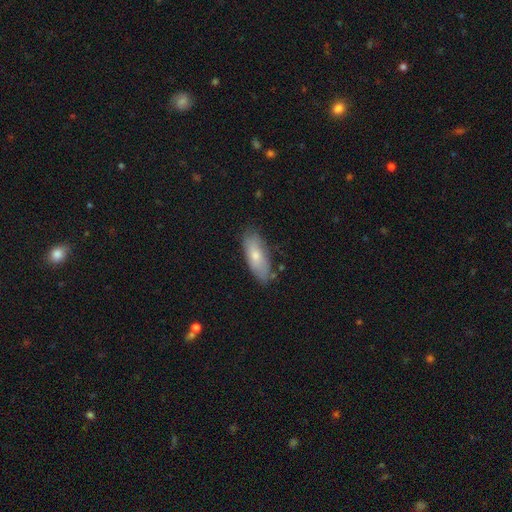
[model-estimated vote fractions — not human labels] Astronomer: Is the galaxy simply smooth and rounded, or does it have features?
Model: smooth — 72%.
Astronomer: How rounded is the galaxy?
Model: in between — 74%.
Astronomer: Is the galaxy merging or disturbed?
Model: none — 76%.